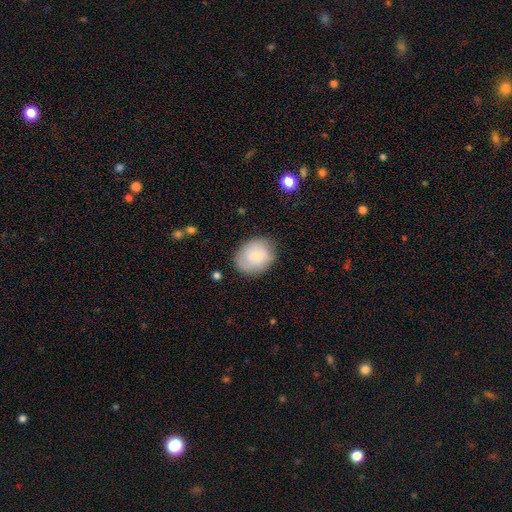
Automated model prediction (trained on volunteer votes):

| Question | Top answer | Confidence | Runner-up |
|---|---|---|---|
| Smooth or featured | smooth | 72% | featured or disk (20%) |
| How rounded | round | 55% | in between (44%) |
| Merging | none | 78% | minor disturbance (16%) |